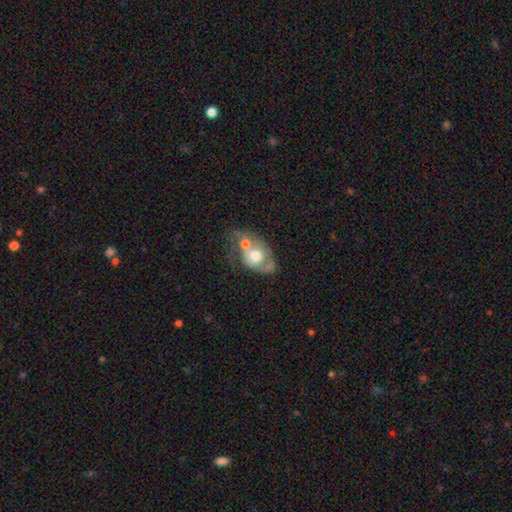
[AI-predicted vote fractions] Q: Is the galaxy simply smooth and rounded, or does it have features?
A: smooth — 51%.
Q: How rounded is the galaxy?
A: in between — 67%.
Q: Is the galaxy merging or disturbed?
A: merger — 61%.